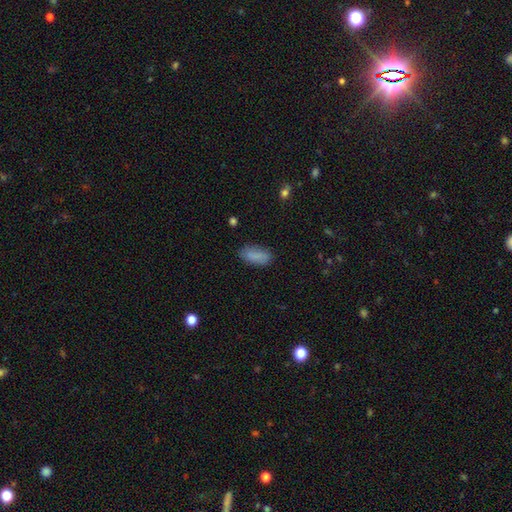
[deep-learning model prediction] The model was most divided on "merging": none: 80%, minor disturbance: 15%, major disturbance: 4%, merger: 2%. More confident: smooth or featured — smooth (85%); how rounded — in between (83%).